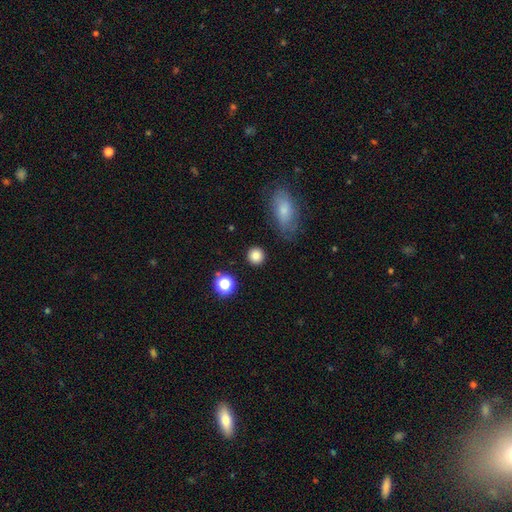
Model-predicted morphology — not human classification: Smooth or featured? smooth (85%)
How rounded? round (91%)
Merging? none (88%)